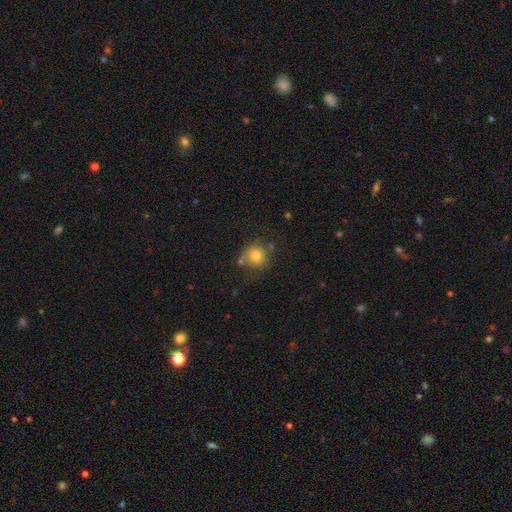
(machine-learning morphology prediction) The model was most divided on "merging": none: 64%, minor disturbance: 18%, merger: 11%, major disturbance: 7%. More confident: how rounded — round (88%); smooth or featured — smooth (78%).